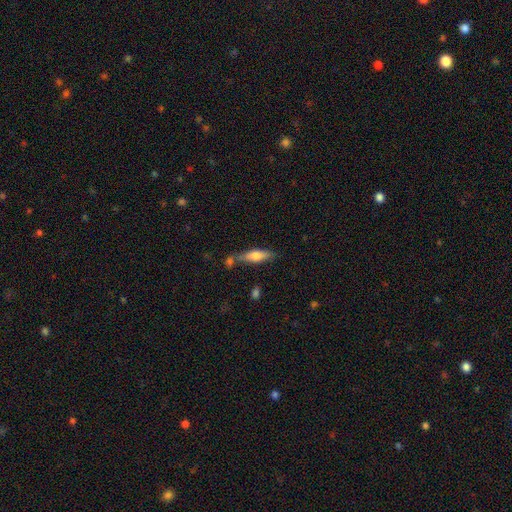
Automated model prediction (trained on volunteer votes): This appears to be a smooth galaxy with no disk features (63%) that is cigar-shaped (52%). Merging: none (61%).